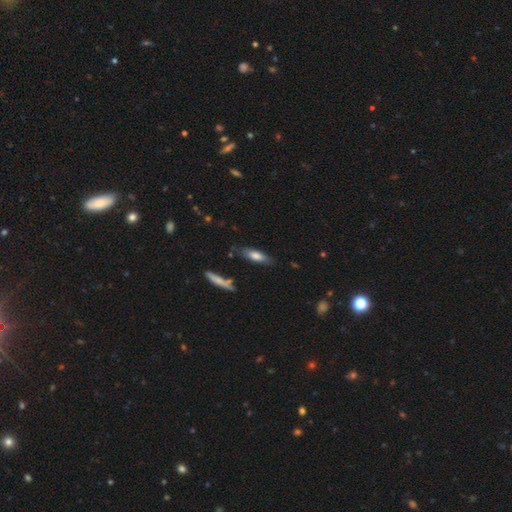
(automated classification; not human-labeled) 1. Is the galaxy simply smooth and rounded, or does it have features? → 71% smooth, 23% featured or disk, 7% star or artifact.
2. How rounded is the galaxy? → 51% cigar-shaped, 47% in between, 2% round.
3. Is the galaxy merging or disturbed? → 76% none, 17% minor disturbance, 4% major disturbance, 4% merger.